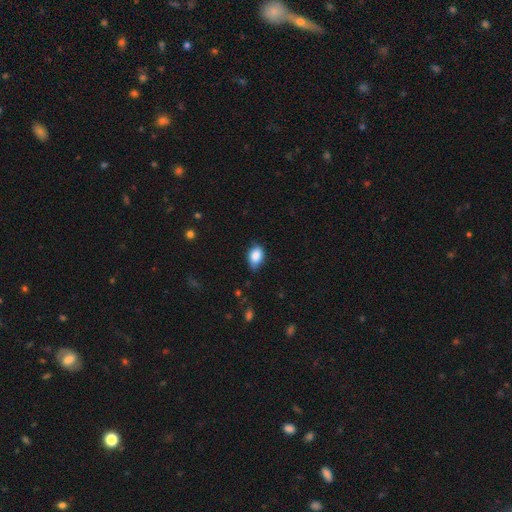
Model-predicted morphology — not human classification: Smooth or featured?
  - smooth: 87% *
  - star or artifact: 7%
  - featured or disk: 6%
How rounded?
  - in between: 86% *
  - round: 13%
  - cigar-shaped: 1%
Merging?
  - none: 67% *
  - minor disturbance: 27%
  - major disturbance: 4%
  - merger: 1%